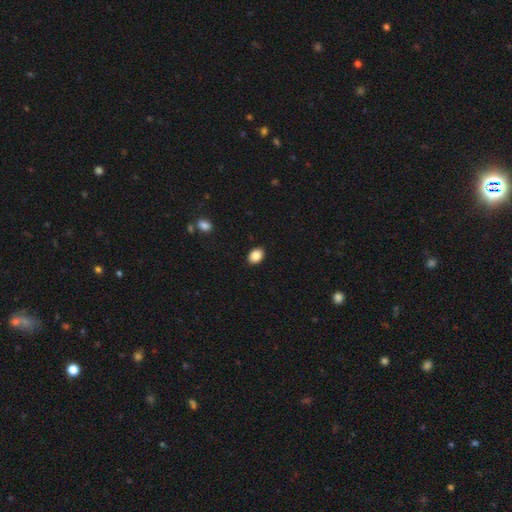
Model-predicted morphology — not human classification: smooth 86%, star or artifact 8%, featured or disk 6%. Down the decision tree: how rounded — in between (75%); merging — none (90%).